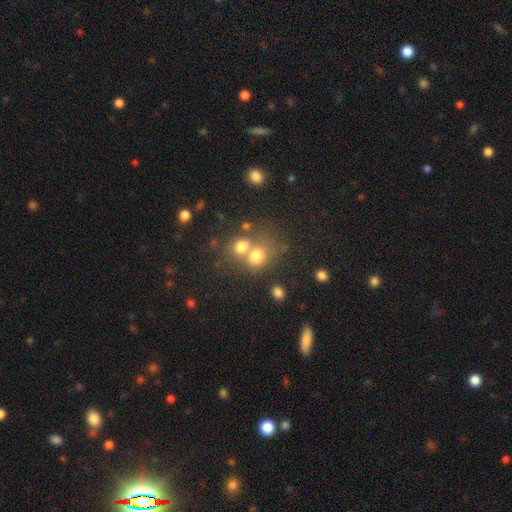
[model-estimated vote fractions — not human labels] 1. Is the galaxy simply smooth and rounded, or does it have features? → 72% smooth, 15% star or artifact, 14% featured or disk.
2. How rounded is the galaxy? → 69% round, 30% in between, 1% cigar-shaped.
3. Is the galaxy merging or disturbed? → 51% merger, 36% none, 8% minor disturbance, 5% major disturbance.